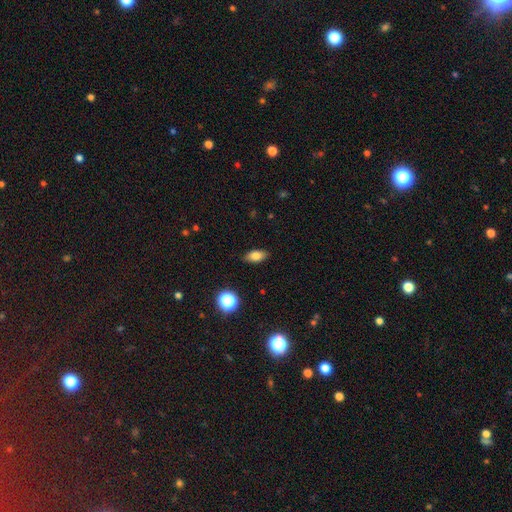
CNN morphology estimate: The model was most divided on "smooth or featured": smooth: 80%, star or artifact: 10%, featured or disk: 10%. More confident: merging — none (87%); how rounded — in between (86%).